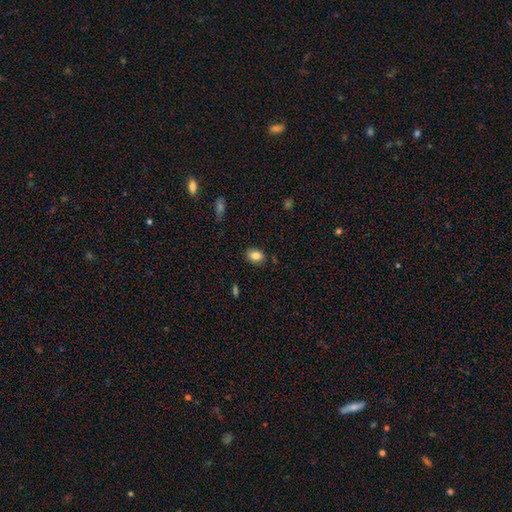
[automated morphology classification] Overall: smooth (82%). How rounded: in between (66%; round 33%). Merging: none (85%).